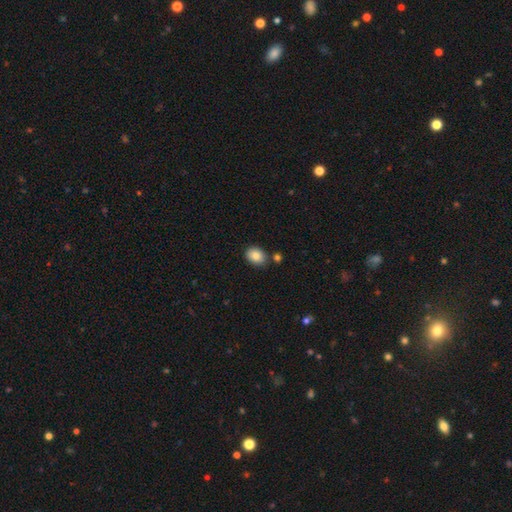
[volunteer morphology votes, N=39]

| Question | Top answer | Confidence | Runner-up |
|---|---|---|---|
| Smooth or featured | smooth | 90% | featured or disk (5%) |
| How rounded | in between | 74% | round (26%) |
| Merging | none | 78% | minor disturbance (16%) |